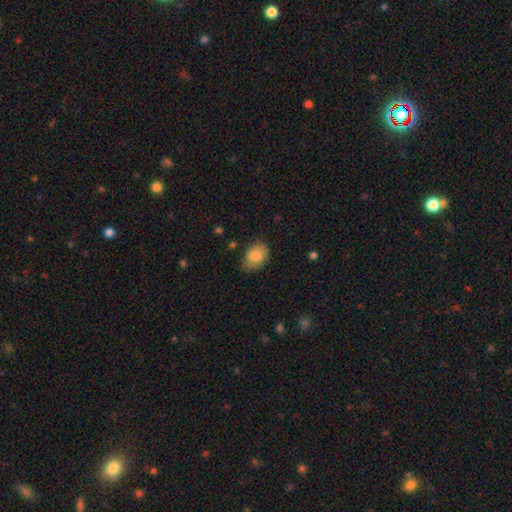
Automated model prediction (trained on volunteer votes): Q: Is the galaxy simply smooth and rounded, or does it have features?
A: smooth — 81%.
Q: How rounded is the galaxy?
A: in between — 71%.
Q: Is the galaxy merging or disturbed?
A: none — 61%.